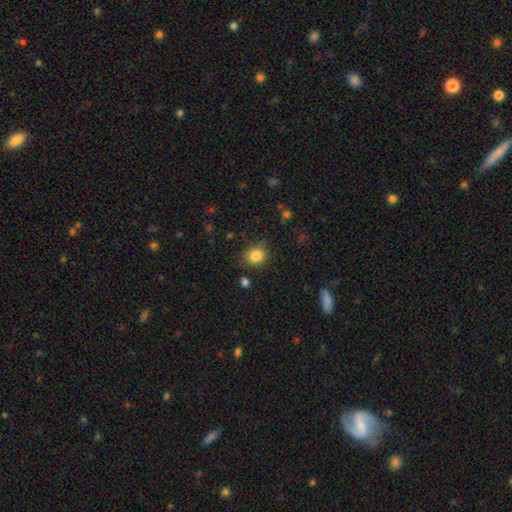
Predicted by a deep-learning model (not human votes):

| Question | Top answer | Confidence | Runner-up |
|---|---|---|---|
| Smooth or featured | smooth | 84% | star or artifact (10%) |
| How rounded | round | 71% | in between (28%) |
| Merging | none | 79% | minor disturbance (15%) |